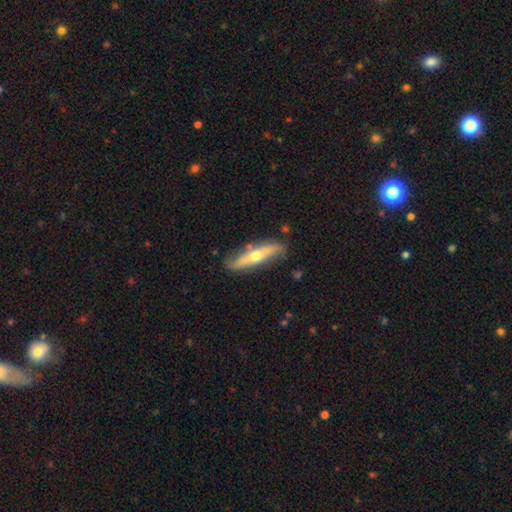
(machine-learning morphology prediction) featured or disk 57%, smooth 38%, star or artifact 5%. Down the decision tree: edge-on disk — yes (70%); merging — none (77%).